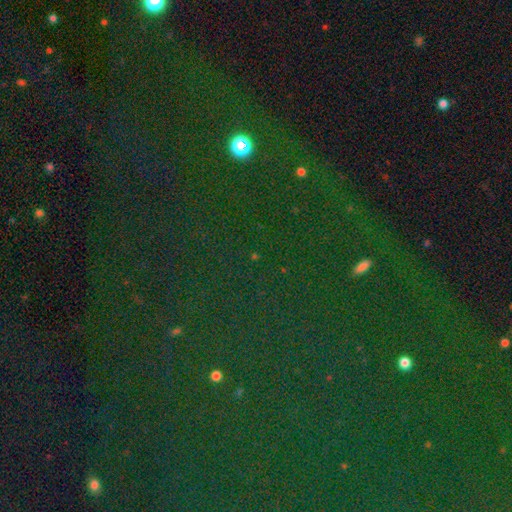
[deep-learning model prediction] A star or artifact, not a galaxy (81%).